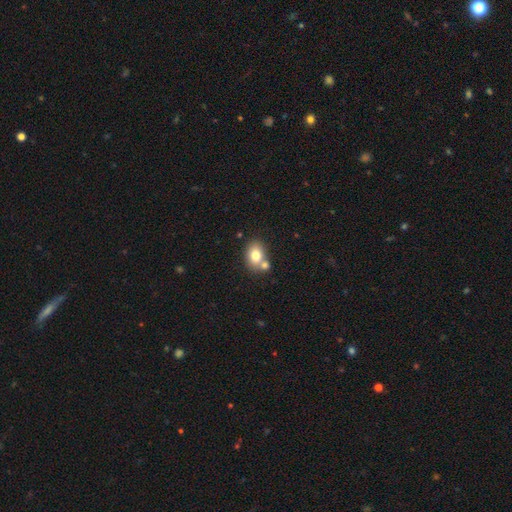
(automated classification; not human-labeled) smooth_or_featured: smooth (p=0.77) [alt: featured or disk p=0.14]
how_rounded: in between (p=0.65) [alt: round p=0.34]
merging: none (p=0.55) [alt: merger p=0.31]